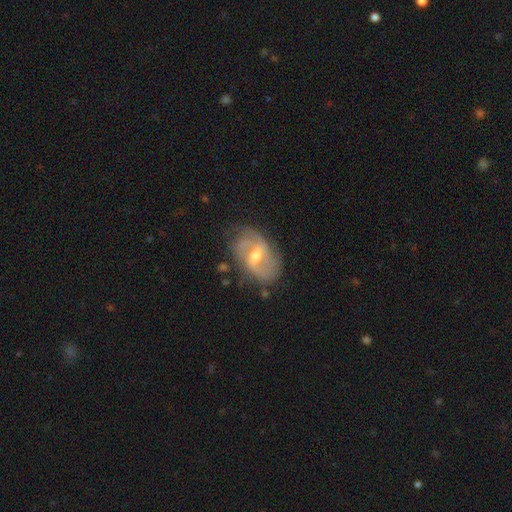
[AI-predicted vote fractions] A featured or disk galaxy (82%) with a weak bar (55%), 2 (58%) medium (45%) spiral arms (92%) and a moderate central bulge (64%). Merging: none (68%).